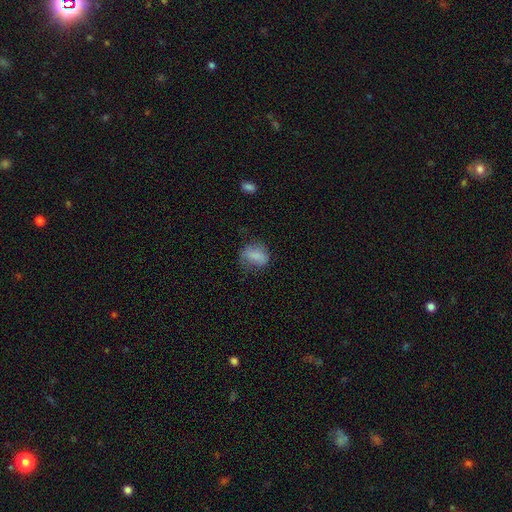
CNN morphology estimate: Smooth or featured? Predicted: smooth (p=0.76). How rounded? Predicted: in between (p=0.69). Merging? Predicted: none (p=0.57).